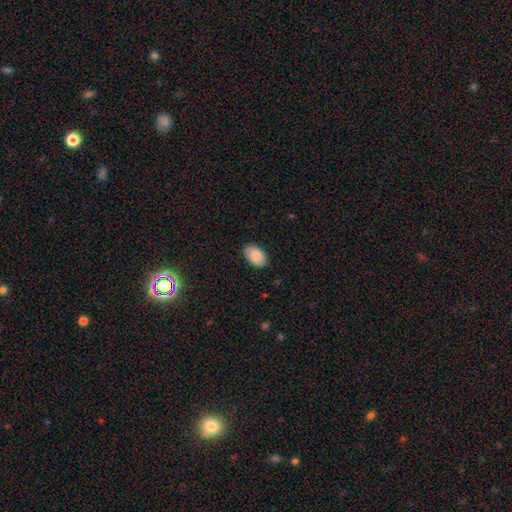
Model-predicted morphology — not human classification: The model was most divided on "merging": none: 85%, minor disturbance: 12%, major disturbance: 2%, merger: 1%. More confident: how rounded — in between (91%); smooth or featured — smooth (88%).